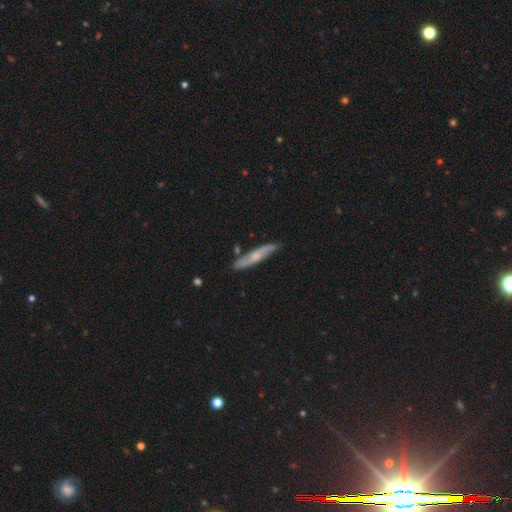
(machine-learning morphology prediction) Overall: featured or disk (57%; smooth 38%). Edge-on disk: yes (62%; no 38%). Merging: none (78%).